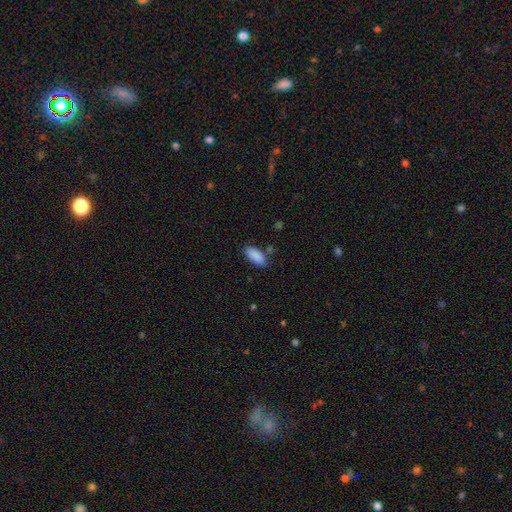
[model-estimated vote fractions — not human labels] This appears to be a smooth galaxy with no disk features (89%) that is in between round and cigar-shaped (87%). Merging: none (77%).